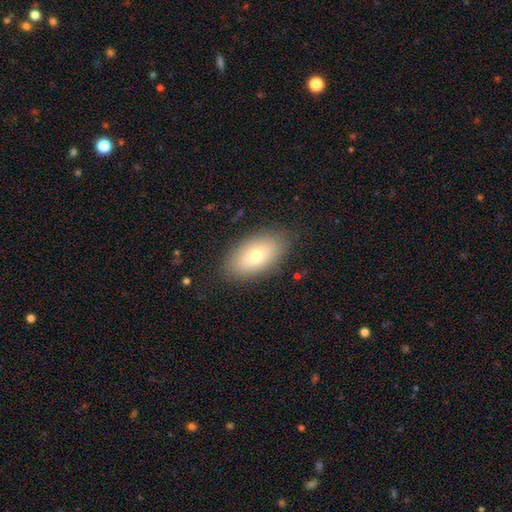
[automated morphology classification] Q: Smooth or featured?
A: smooth (74%); runner-up: featured or disk (18%)
Q: How rounded?
A: in between (92%); runner-up: round (5%)
Q: Merging?
A: none (84%); runner-up: minor disturbance (12%)